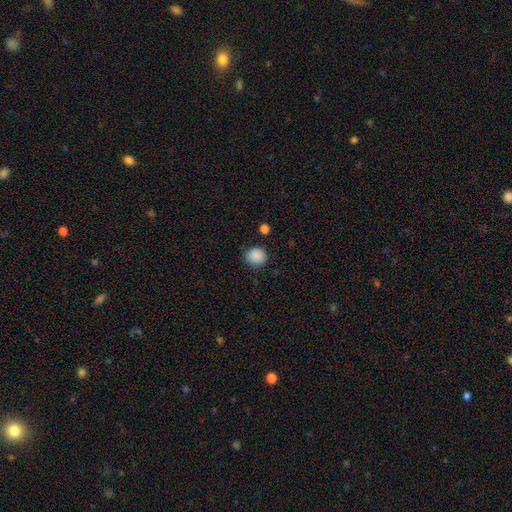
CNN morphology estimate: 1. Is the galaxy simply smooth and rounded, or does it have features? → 88% smooth, 9% star or artifact, 3% featured or disk.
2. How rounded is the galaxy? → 87% round, 12% in between, 1% cigar-shaped.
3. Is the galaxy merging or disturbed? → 84% none, 11% minor disturbance, 3% major disturbance, 2% merger.